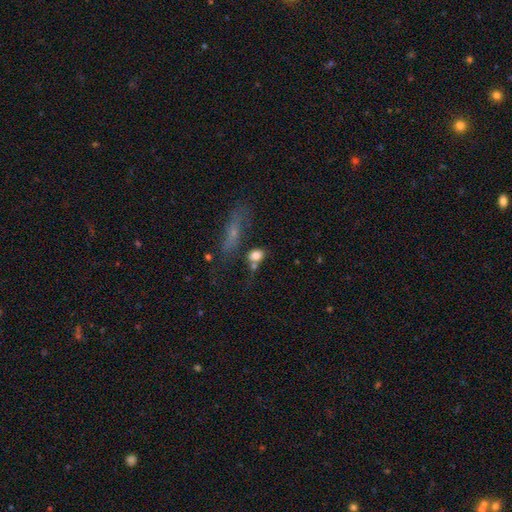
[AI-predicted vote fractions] Smooth or featured? smooth (77%)
How rounded? in between (56%)
Merging? none (52%)